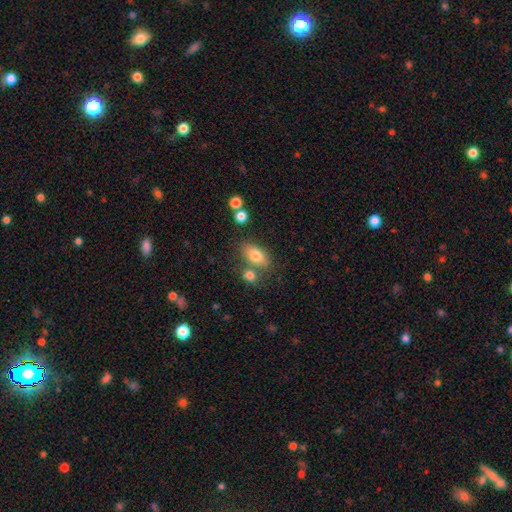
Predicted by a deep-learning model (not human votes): This appears to be a smooth galaxy with no disk features (78%) that is in between round and cigar-shaped (87%). Merging: none (63%).